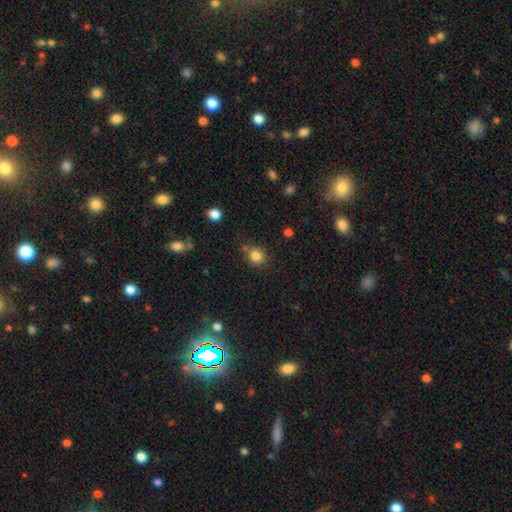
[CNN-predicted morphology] This is clearly a smooth galaxy (83%). How rounded: likely round (76%). Merging: likely none (74%).